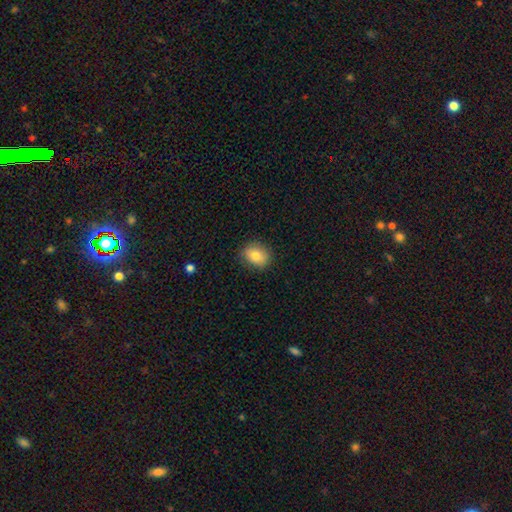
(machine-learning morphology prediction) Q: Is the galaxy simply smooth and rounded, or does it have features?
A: smooth — 80%.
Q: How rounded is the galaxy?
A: round — 50%.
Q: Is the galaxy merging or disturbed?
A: none — 85%.